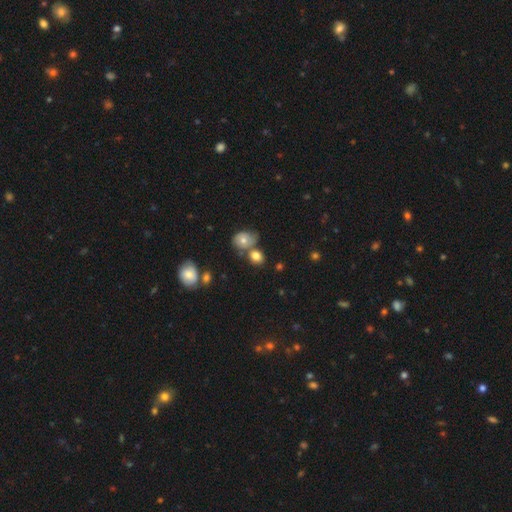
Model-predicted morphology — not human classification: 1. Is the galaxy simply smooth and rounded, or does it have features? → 76% smooth, 12% star or artifact, 12% featured or disk.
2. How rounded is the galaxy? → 63% round, 35% in between, 1% cigar-shaped.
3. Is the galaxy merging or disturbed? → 55% none, 27% merger, 13% minor disturbance, 5% major disturbance.